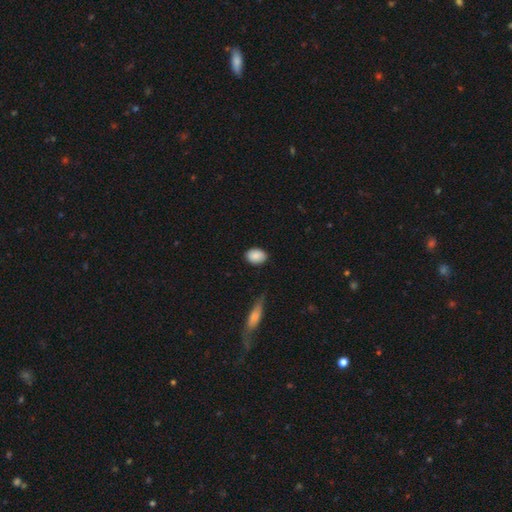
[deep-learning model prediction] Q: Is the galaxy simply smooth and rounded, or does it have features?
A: smooth — 88%.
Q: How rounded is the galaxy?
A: in between — 76%.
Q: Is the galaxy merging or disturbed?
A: none — 83%.